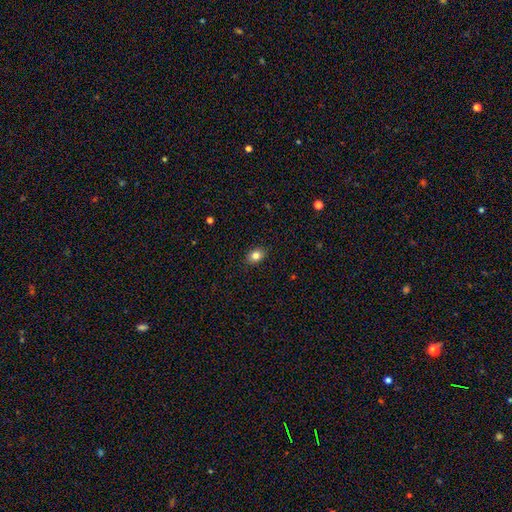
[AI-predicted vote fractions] Smooth or featured? smooth (83%)
How rounded? in between (64%)
Merging? none (88%)